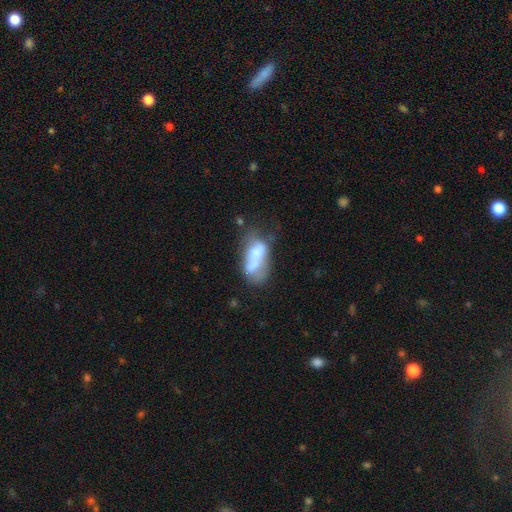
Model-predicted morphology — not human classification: A smooth galaxy with no disk features (51%) that is in between round and cigar-shaped (87%). Merging: merger (42%).